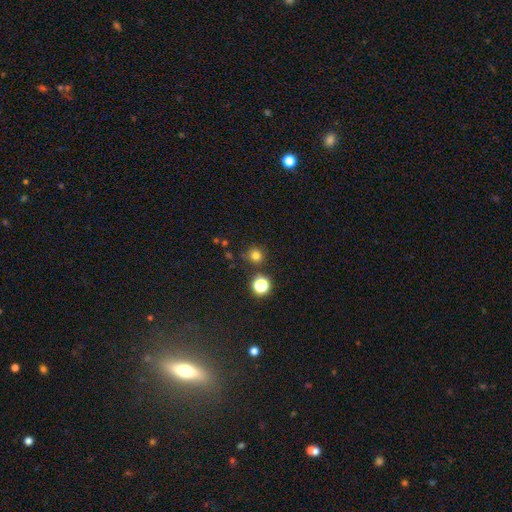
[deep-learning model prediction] This is likely a smooth galaxy (76%). How rounded: clearly round (93%). Merging: clearly none (83%).